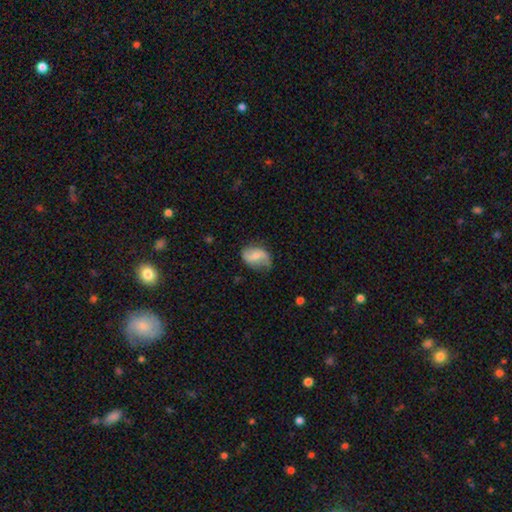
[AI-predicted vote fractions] A featured or disk galaxy (53%) with a weak bar (47%), spiral arms (82%) and a small central bulge (48%). Merging: none (63%).